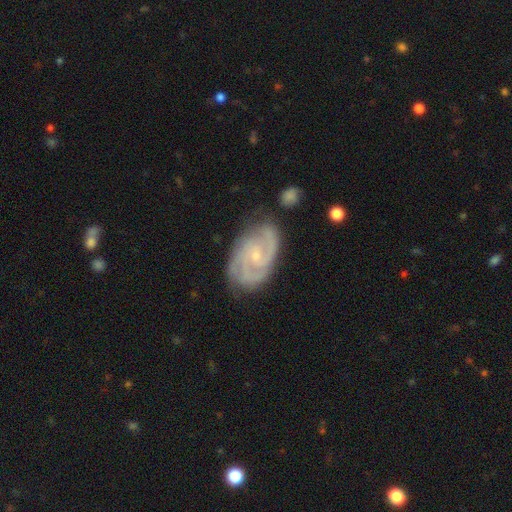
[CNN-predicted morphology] smooth_or_featured: featured or disk (p=0.88) [alt: smooth p=0.07]
disk_edge_on: no (p=0.97) [alt: yes p=0.03]
bar: no (p=0.59) [alt: weak p=0.34]
has_spiral_arms: yes (p=0.98) [alt: no p=0.02]
spiral_winding: tight (p=0.53) [alt: medium p=0.40]
spiral_arm_count: 2 (p=0.45) [alt: 3 p=0.31]
bulge_size: small (p=0.77) [alt: moderate p=0.19]
merging: none (p=0.73) [alt: minor disturbance p=0.19]